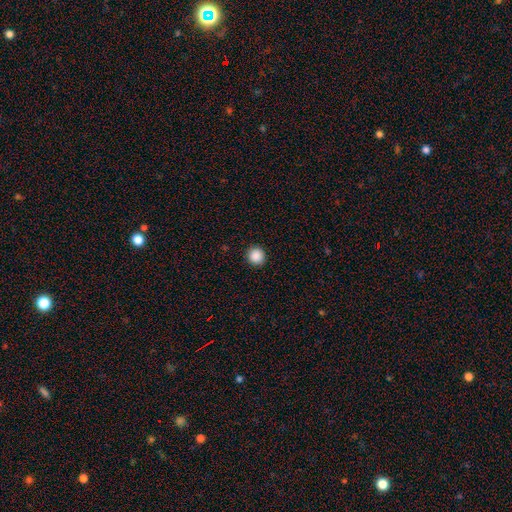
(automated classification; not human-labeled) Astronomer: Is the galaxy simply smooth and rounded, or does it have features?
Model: smooth — 89%.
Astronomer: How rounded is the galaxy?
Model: round — 94%.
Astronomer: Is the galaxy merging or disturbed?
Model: none — 93%.